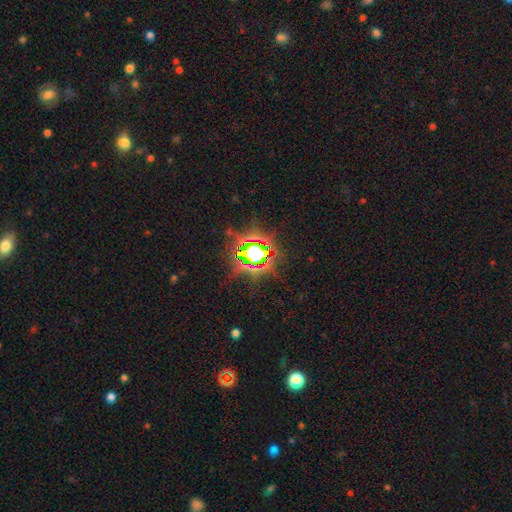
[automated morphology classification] Q: Smooth or featured?
A: star or artifact (78%); runner-up: smooth (12%)